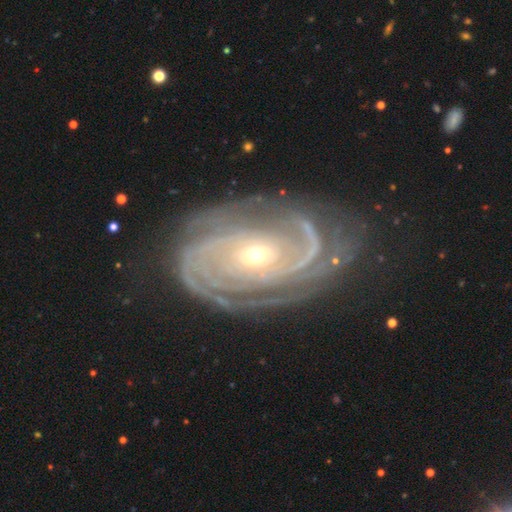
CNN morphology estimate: The model was most divided on "spiral arm count": 2: 42%, 3: 21%, can't tell: 13%, 4: 10%, more than 4: 7%, 1: 6%. More confident: spiral arms — yes (98%); edge-on disk — no (96%); smooth or featured — featured or disk (91%); merging — none (76%); spiral winding — tight (70%); bar — no (67%); bulge size — small (62%).